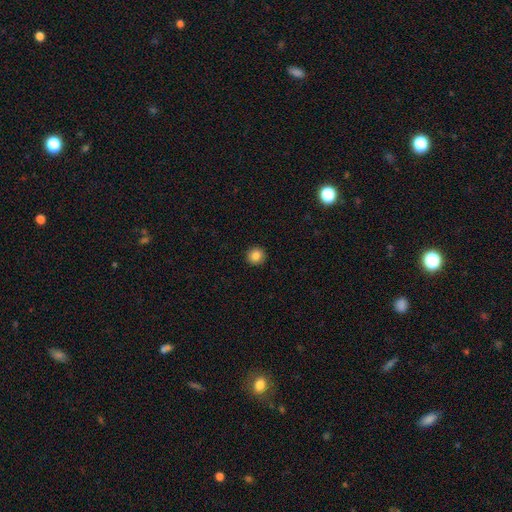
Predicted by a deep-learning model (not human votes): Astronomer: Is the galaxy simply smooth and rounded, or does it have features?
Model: smooth — 85%.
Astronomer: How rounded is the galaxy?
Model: round — 95%.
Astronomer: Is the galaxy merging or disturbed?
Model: none — 93%.